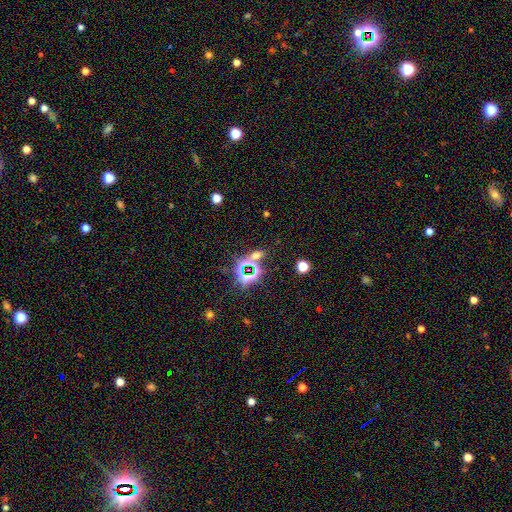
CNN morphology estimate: The model was most divided on "smooth or featured": star or artifact: 55%, smooth: 34%, featured or disk: 11%.